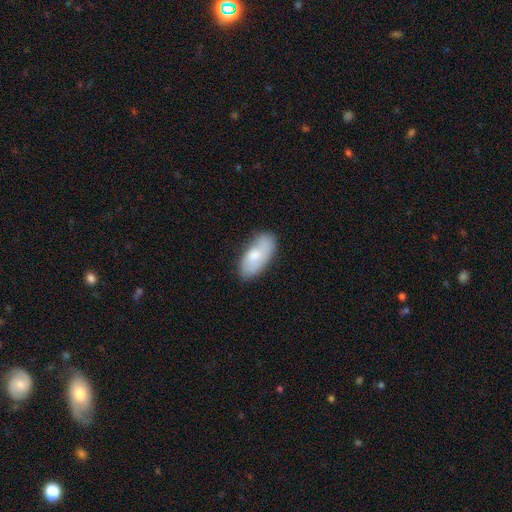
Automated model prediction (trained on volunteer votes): Smooth or featured? Predicted: smooth (p=0.71). How rounded? Predicted: in between (p=0.90). Merging? Predicted: none (p=0.64).